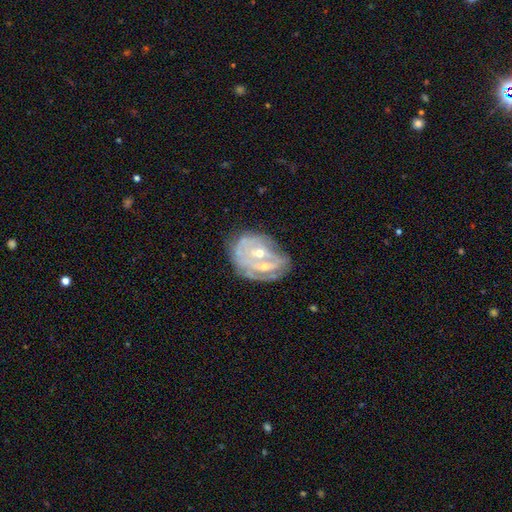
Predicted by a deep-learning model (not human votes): featured or disk 70%, smooth 17%, star or artifact 13%. Down the decision tree: edge-on disk — no (95%); bar — no (51%); spiral arms — yes (66%); bulge size — small (50%); merging — none (60%).